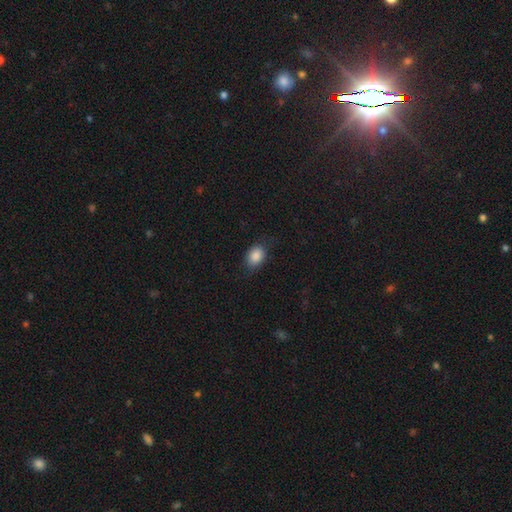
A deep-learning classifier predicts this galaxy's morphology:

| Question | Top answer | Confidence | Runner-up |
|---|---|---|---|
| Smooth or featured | smooth | 87% | star or artifact (8%) |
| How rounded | in between | 75% | round (23%) |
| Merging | none | 74% | minor disturbance (20%) |